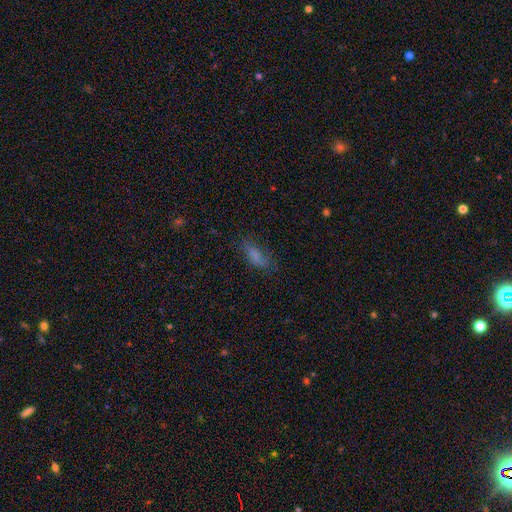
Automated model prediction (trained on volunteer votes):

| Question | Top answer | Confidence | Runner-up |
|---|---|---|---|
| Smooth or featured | smooth | 72% | featured or disk (15%) |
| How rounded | in between | 77% | cigar-shaped (19%) |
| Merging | none | 59% | minor disturbance (25%) |